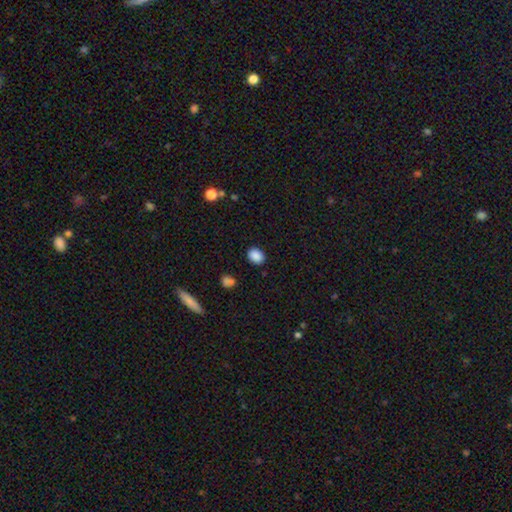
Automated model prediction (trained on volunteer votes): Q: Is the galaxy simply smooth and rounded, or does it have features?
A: smooth — 88%.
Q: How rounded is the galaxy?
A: in between — 63%.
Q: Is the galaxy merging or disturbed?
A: none — 87%.